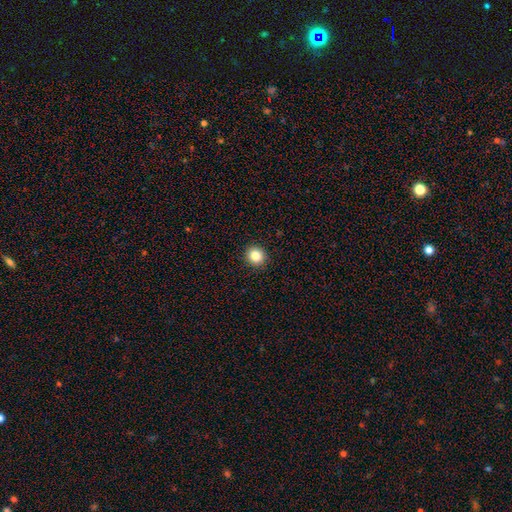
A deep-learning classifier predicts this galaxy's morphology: Smooth or featured?
  - smooth: 85% *
  - star or artifact: 10%
  - featured or disk: 5%
How rounded?
  - round: 87% *
  - in between: 12%
  - cigar-shaped: 1%
Merging?
  - none: 93% *
  - minor disturbance: 5%
  - major disturbance: 2%
  - merger: 1%